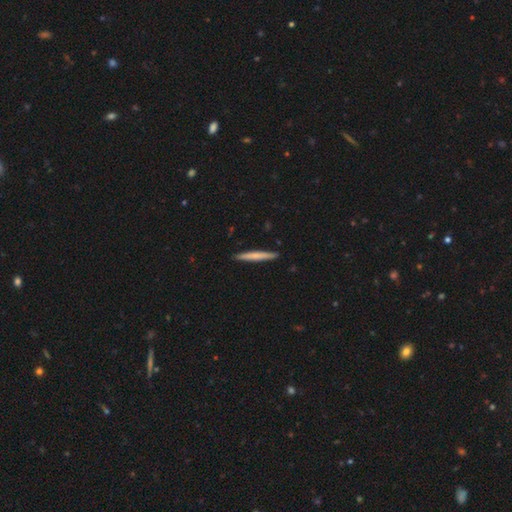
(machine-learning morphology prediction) This is likely a smooth galaxy (65%). How rounded: clearly cigar-shaped (96%). Merging: clearly none (92%).